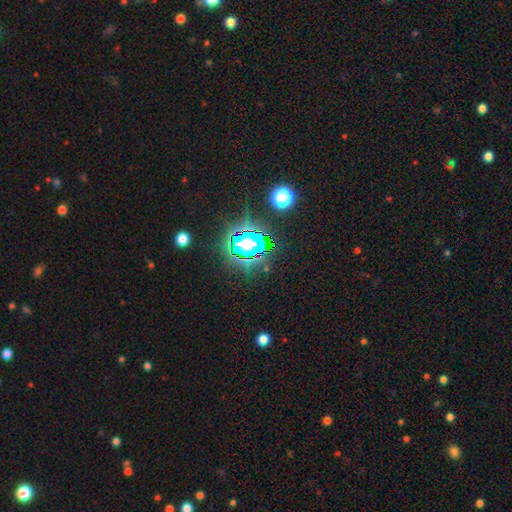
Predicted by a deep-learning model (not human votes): Smooth or featured: star or artifact — 81% (smooth — 12%)